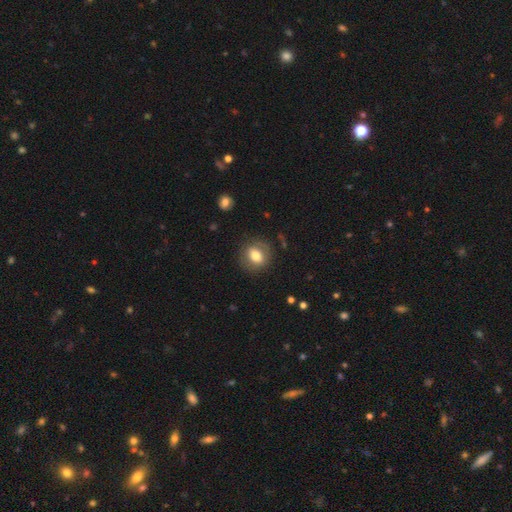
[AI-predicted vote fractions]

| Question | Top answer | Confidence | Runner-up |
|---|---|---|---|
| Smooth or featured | smooth | 73% | featured or disk (19%) |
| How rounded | round | 67% | in between (32%) |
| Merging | none | 83% | minor disturbance (11%) |